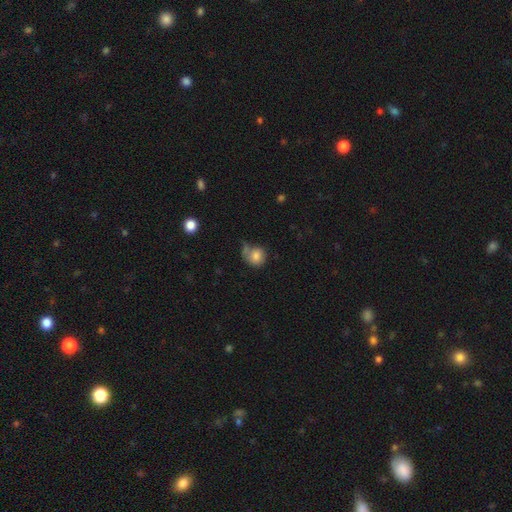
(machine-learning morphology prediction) smooth-or-featured: smooth: 79% | featured or disk: 12% | star or artifact: 9%
  how-rounded: round: 74% | in between: 25% | cigar-shaped: 1%
  merging: none: 46% | minor disturbance: 24% | merger: 16% | major disturbance: 15%